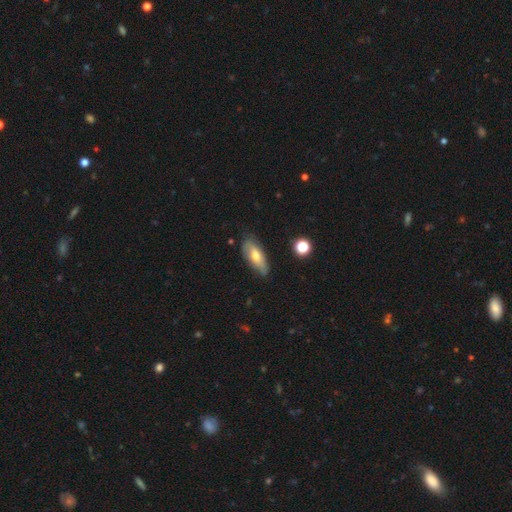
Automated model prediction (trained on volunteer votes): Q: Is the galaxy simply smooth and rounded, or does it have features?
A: smooth — 60%.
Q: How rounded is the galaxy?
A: in between — 74%.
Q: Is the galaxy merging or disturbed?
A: none — 74%.